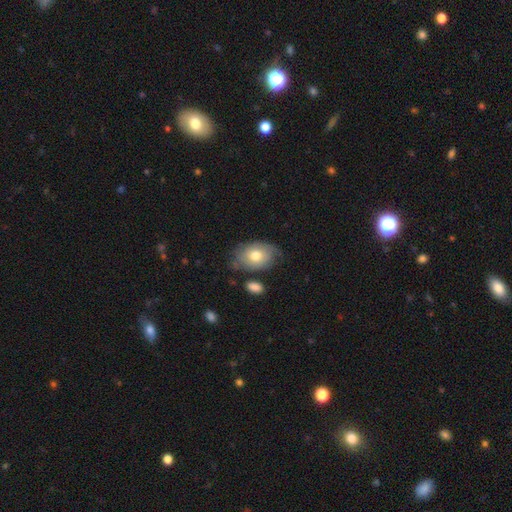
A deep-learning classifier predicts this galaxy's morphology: The model was most divided on "smooth or featured": smooth: 59%, featured or disk: 34%, star or artifact: 7%. More confident: how rounded — in between (80%); merging — none (63%).